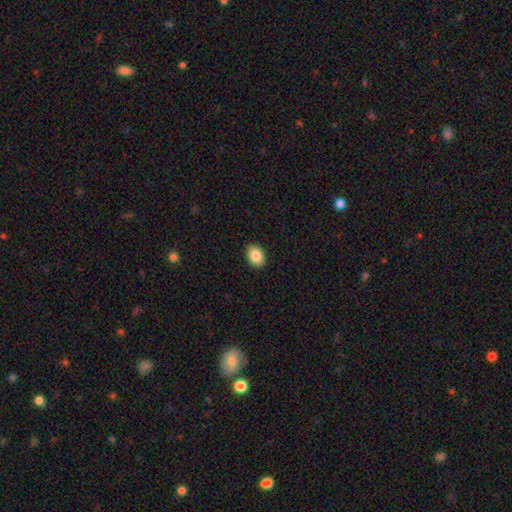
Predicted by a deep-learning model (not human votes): Morphology: type=smooth (86%); roundness=in between (75%); merging=none (91%).